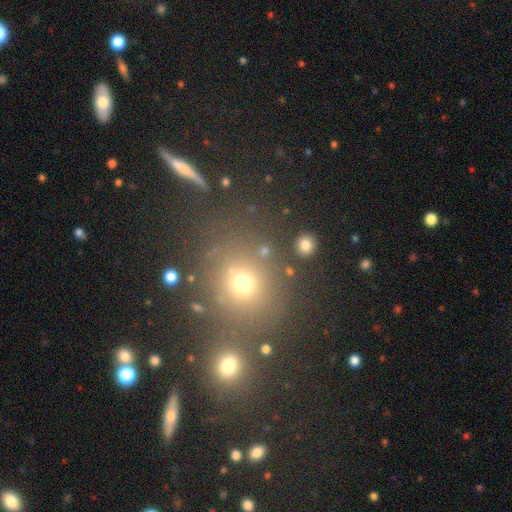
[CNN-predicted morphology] Smooth or featured?
  - smooth: 50% *
  - star or artifact: 37%
  - featured or disk: 13%
How rounded?
  - round: 81% *
  - in between: 17%
  - cigar-shaped: 2%
Merging?
  - none: 76% *
  - minor disturbance: 10%
  - merger: 9%
  - major disturbance: 5%